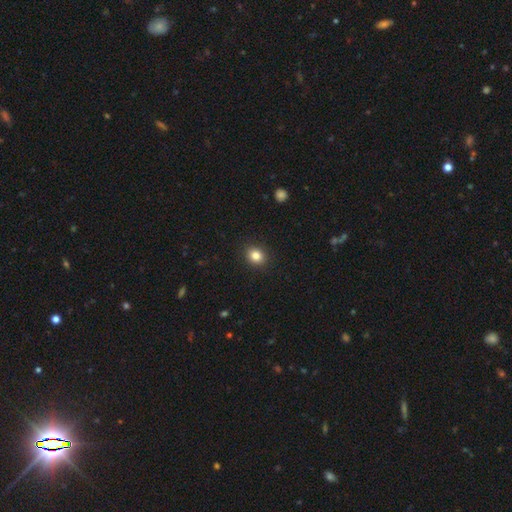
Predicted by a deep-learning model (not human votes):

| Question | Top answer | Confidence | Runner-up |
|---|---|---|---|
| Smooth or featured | smooth | 84% | star or artifact (10%) |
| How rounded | round | 66% | in between (33%) |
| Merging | none | 90% | minor disturbance (7%) |